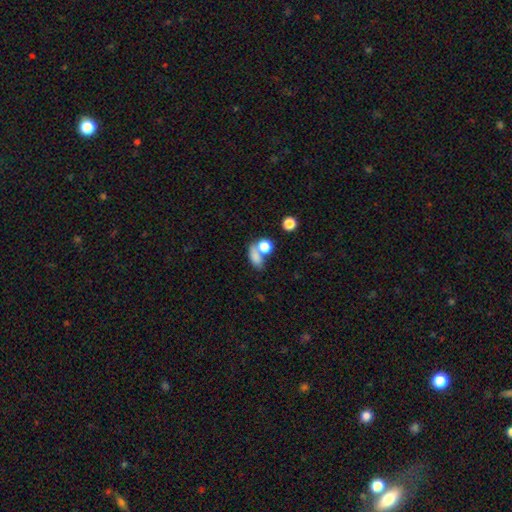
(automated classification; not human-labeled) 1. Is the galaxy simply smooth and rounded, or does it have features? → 77% smooth, 12% star or artifact, 11% featured or disk.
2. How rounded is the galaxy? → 67% in between, 27% round, 7% cigar-shaped.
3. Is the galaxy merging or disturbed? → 41% merger, 39% none, 12% minor disturbance, 9% major disturbance.